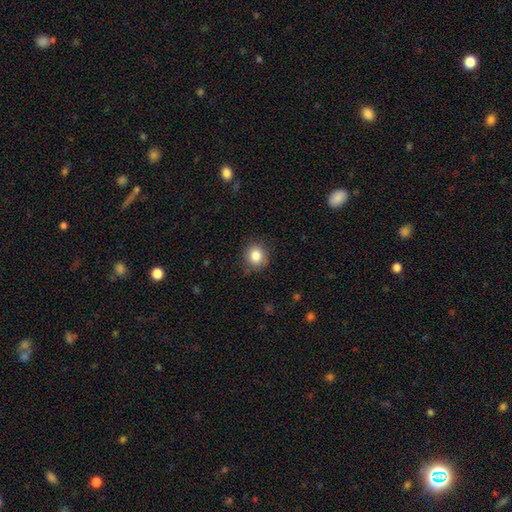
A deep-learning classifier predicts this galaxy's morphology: A smooth galaxy with no disk features (84%) that is round (83%).

Vote fractions:
- Smooth or featured? smooth: 84% / star or artifact: 10% / featured or disk: 6%
- How rounded? round: 83% / in between: 16% / cigar-shaped: 1%
- Merging? none: 85% / minor disturbance: 12% / major disturbance: 3% / merger: 1%